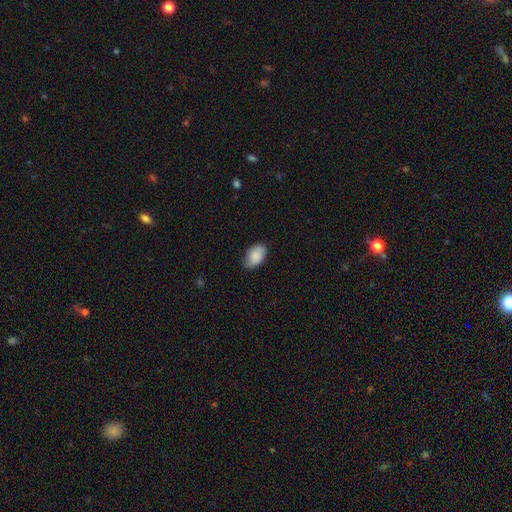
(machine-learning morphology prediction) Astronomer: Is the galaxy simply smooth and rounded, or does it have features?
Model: smooth — 86%.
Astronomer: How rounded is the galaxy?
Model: in between — 92%.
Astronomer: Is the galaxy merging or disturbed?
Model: none — 75%.